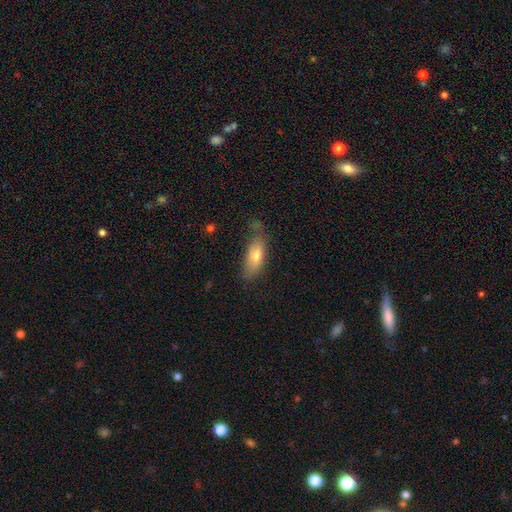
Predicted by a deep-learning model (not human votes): Smooth or featured?
  - smooth: 72% *
  - featured or disk: 20%
  - star or artifact: 7%
How rounded?
  - in between: 72% *
  - cigar-shaped: 25%
  - round: 3%
Merging?
  - none: 57% *
  - minor disturbance: 29%
  - major disturbance: 10%
  - merger: 3%